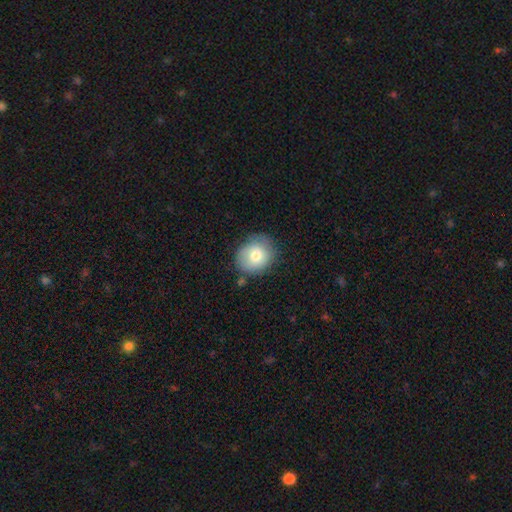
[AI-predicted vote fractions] A smooth galaxy with no disk features (76%) that is round (73%).

Vote fractions:
- Smooth or featured? smooth: 76% / featured or disk: 15% / star or artifact: 9%
- How rounded? round: 73% / in between: 26% / cigar-shaped: 1%
- Merging? none: 75% / minor disturbance: 18% / major disturbance: 4% / merger: 3%